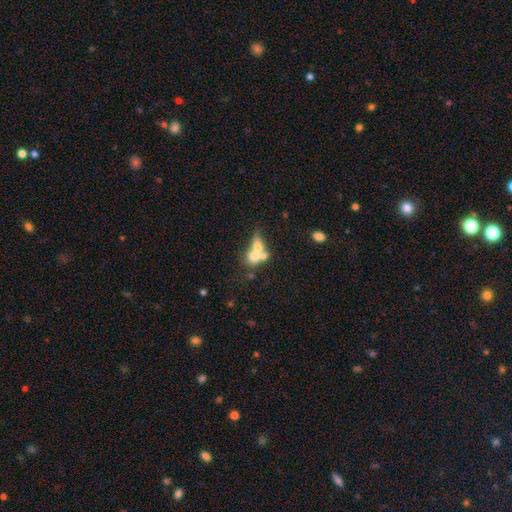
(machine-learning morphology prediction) The model was most divided on "how rounded": round: 55%, in between: 40%, cigar-shaped: 4%. More confident: merging — merger (69%); smooth or featured — smooth (59%).